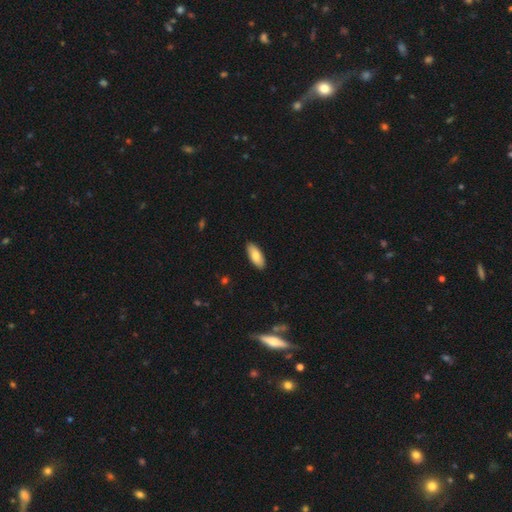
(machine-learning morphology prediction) This is likely a smooth galaxy (80%). How rounded: clearly in between (82%). Merging: clearly none (89%).